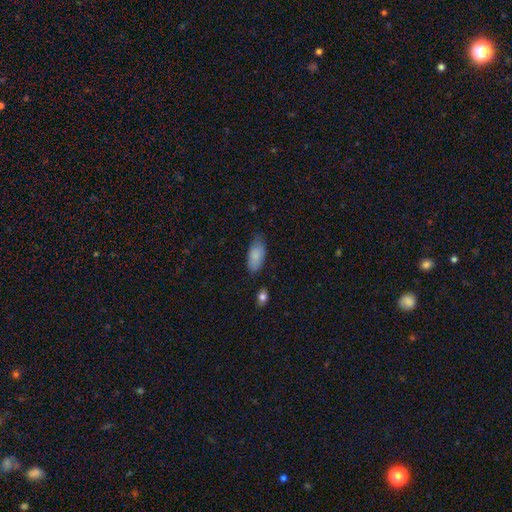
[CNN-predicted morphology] Smooth or featured? smooth (86%)
How rounded? in between (91%)
Merging? none (73%)